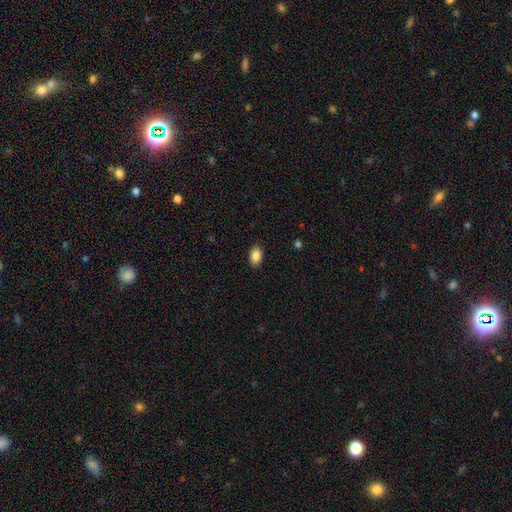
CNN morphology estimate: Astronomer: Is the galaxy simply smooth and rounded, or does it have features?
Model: smooth — 88%.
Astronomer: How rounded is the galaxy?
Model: in between — 91%.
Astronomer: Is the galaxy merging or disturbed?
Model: none — 89%.